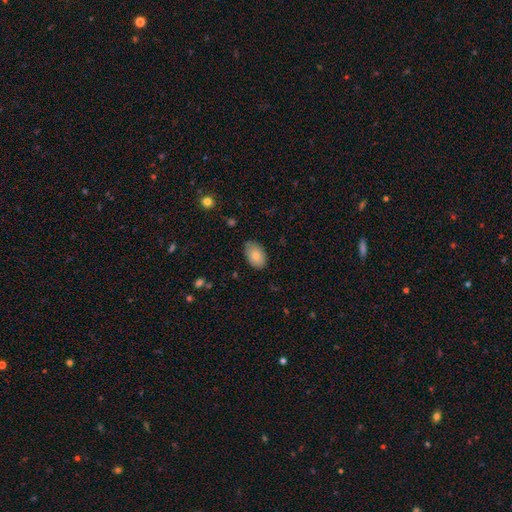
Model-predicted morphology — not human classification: Smooth or featured? smooth (81%)
How rounded? in between (90%)
Merging? none (80%)